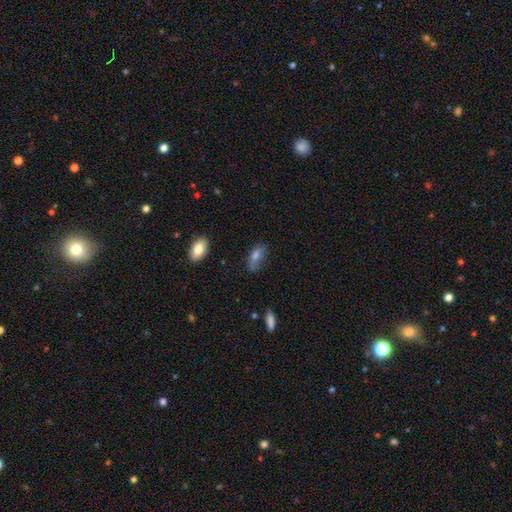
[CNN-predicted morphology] This is likely a smooth galaxy (72%). How rounded: clearly in between (81%). Merging: possibly none (55%).